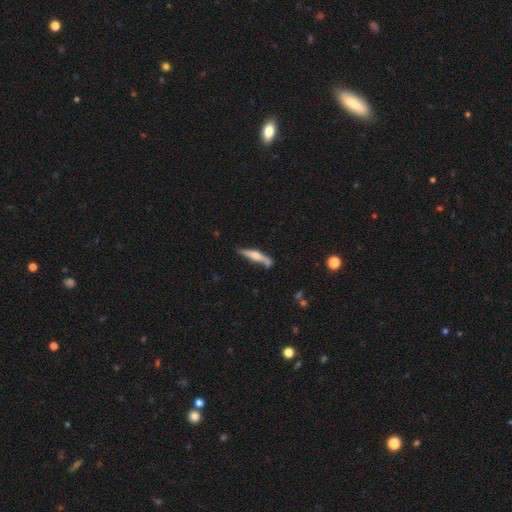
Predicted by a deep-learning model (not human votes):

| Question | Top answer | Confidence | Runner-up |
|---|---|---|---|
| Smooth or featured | featured or disk | 51% | smooth (44%) |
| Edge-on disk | yes | 92% | no (8%) |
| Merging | none | 67% | minor disturbance (22%) |